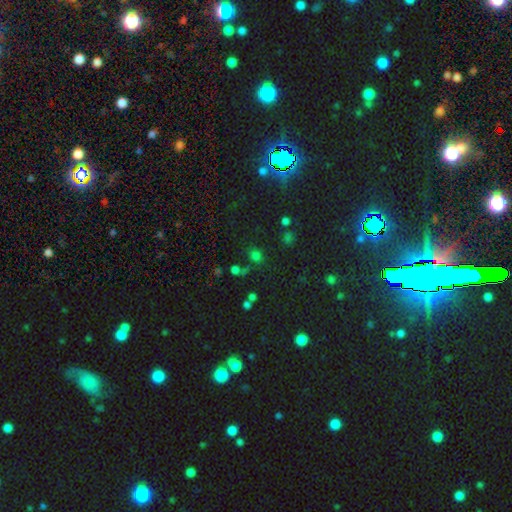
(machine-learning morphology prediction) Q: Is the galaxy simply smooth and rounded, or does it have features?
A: smooth — 61%.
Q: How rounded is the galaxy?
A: round — 71%.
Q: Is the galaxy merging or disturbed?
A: none — 66%.